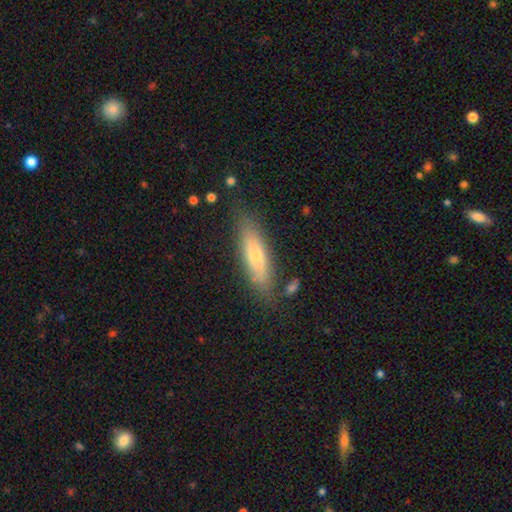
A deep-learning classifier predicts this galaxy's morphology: This is likely a smooth galaxy (64%). How rounded: likely cigar-shaped (66%). Merging: likely none (79%).